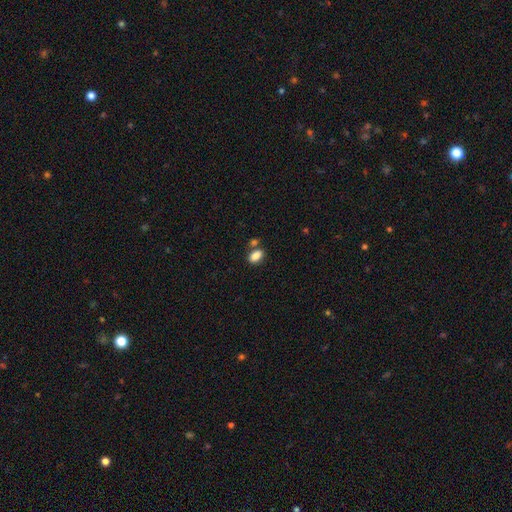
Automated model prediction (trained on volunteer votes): Morphology: type=smooth (86%); roundness=in between (89%); merging=none (66%).